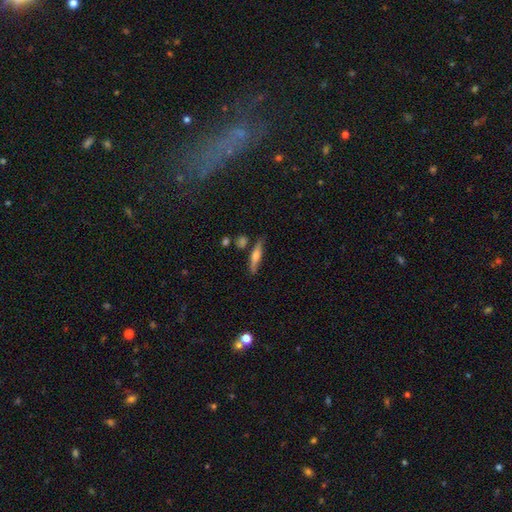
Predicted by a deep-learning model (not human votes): Smooth or featured: smooth — 49% (featured or disk — 44%)
Merging: none — 77% (minor disturbance — 14%)